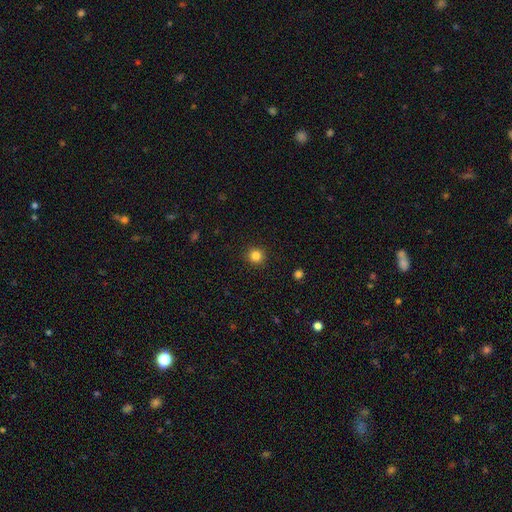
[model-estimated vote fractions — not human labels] smooth_or_featured: smooth (p=0.83) [alt: star or artifact p=0.12]
how_rounded: round (p=0.93) [alt: in between p=0.06]
merging: none (p=0.92) [alt: minor disturbance p=0.05]